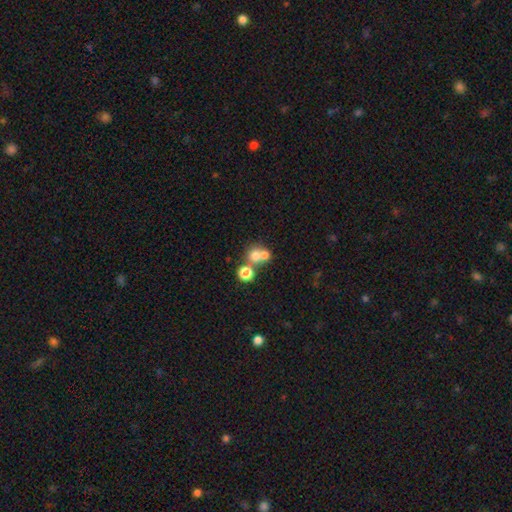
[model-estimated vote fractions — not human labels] Morphology: type=smooth (69%); roundness=round (85%); merging=merger (48%).